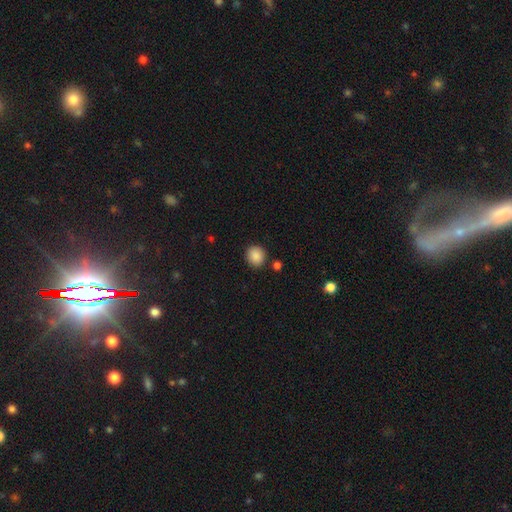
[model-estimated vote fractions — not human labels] Q: Smooth or featured?
A: smooth (88%); runner-up: star or artifact (9%)
Q: How rounded?
A: round (83%); runner-up: in between (16%)
Q: Merging?
A: none (87%); runner-up: minor disturbance (8%)